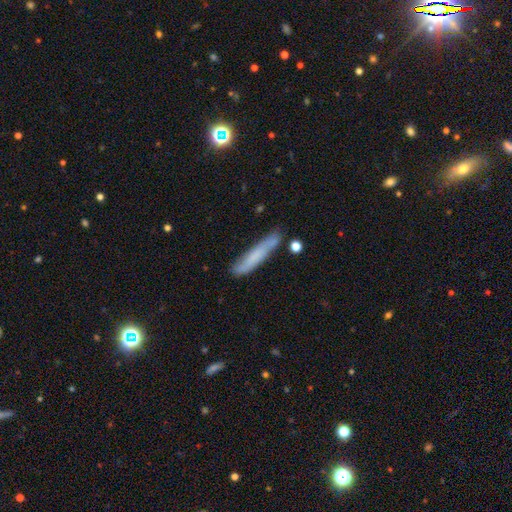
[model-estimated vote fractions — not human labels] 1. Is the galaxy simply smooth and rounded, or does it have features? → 63% smooth, 29% featured or disk, 8% star or artifact.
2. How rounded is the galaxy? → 91% cigar-shaped, 8% in between, 1% round.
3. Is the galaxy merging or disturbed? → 73% none, 19% minor disturbance, 4% merger, 4% major disturbance.